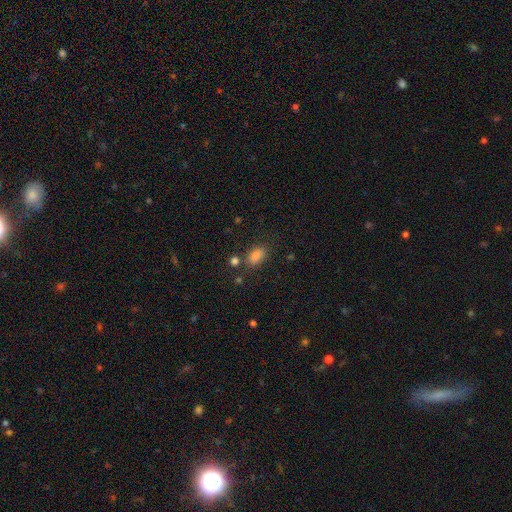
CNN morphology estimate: Smooth or featured? Predicted: smooth (p=0.82). How rounded? Predicted: in between (p=0.86). Merging? Predicted: none (p=0.74).